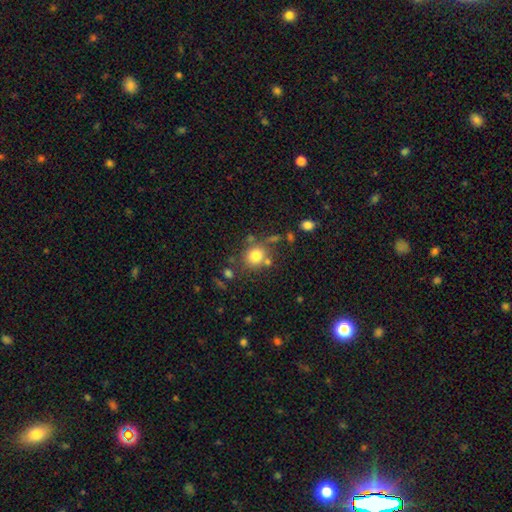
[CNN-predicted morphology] Smooth or featured: smooth — 79% (star or artifact — 12%)
How rounded: round — 82% (in between — 17%)
Merging: none — 69% (minor disturbance — 13%)